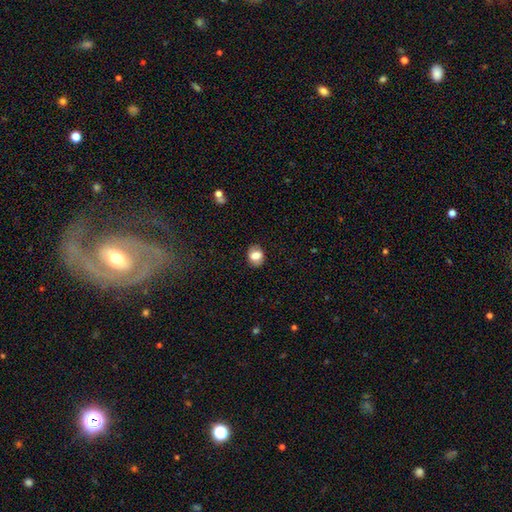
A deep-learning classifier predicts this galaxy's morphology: A smooth galaxy with no disk features (75%) that is in between round and cigar-shaped (51%). Merging: none (84%).